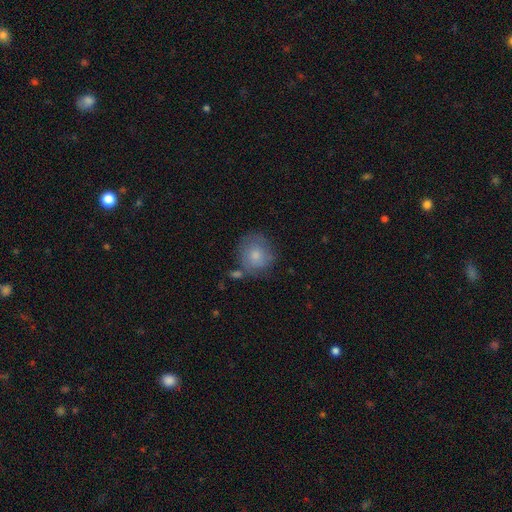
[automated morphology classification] type=smooth (76%); roundness=round (85%); merging=none (61%).